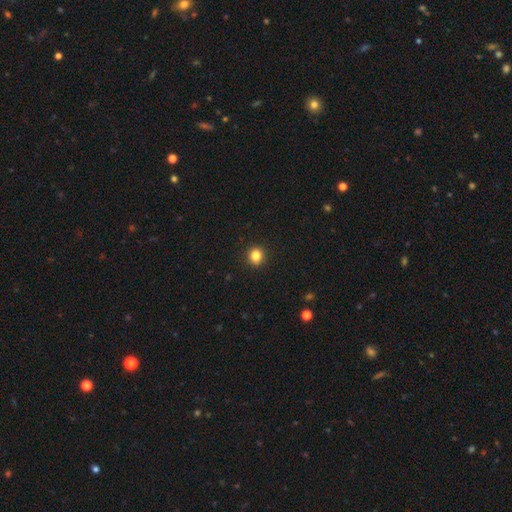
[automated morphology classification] Smooth or featured? smooth (85%)
How rounded? round (81%)
Merging? none (92%)